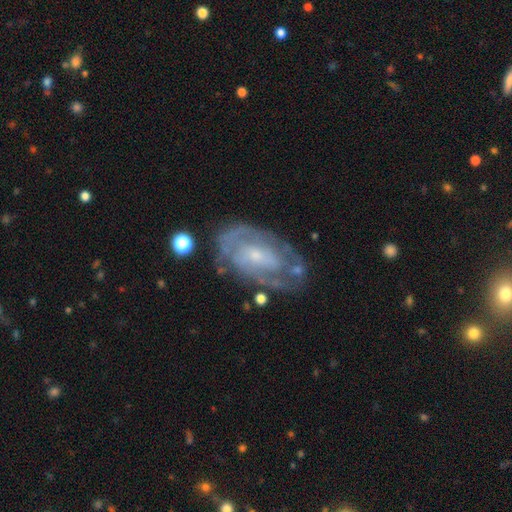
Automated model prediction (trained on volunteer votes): Q: Smooth or featured?
A: featured or disk (78%); runner-up: smooth (15%)
Q: Edge-on disk?
A: no (95%); runner-up: yes (5%)
Q: Bar?
A: no (58%); runner-up: weak (33%)
Q: Spiral arms?
A: yes (78%); runner-up: no (22%)
Q: Spiral winding?
A: tight (58%); runner-up: medium (32%)
Q: Spiral arm count?
A: can't tell (42%); runner-up: 2 (35%)
Q: Bulge size?
A: small (67%); runner-up: moderate (25%)
Q: Merging?
A: none (64%); runner-up: minor disturbance (21%)